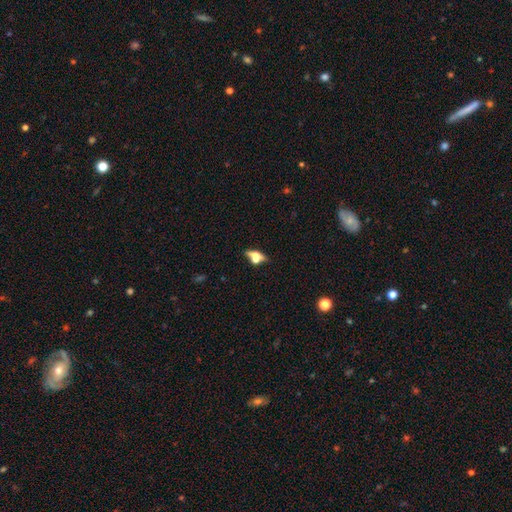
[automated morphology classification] Smooth or featured? smooth (52%)
How rounded? in between (56%)
Merging? none (53%)